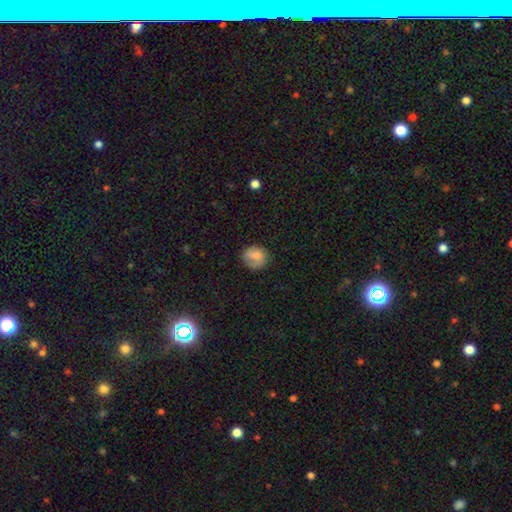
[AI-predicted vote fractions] A smooth galaxy with no disk features (70%) that is round (76%). Merging: none (63%).